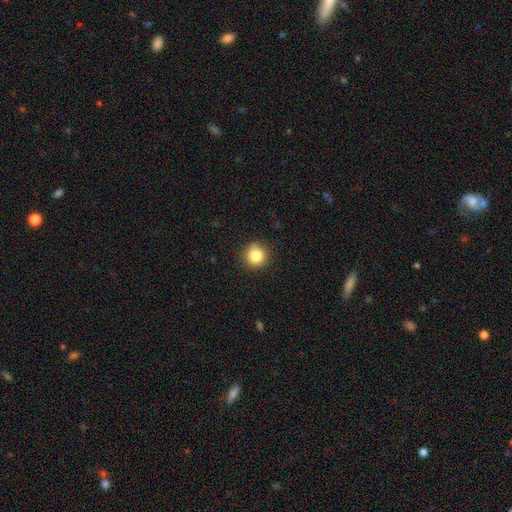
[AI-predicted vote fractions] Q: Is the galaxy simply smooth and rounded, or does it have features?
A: smooth — 84%.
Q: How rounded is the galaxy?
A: round — 93%.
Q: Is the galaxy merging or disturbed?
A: none — 87%.